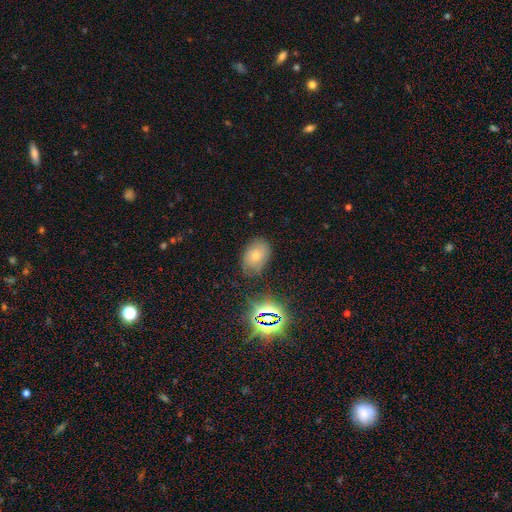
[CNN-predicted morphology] This appears to be a smooth galaxy with no disk features (66%) that is in between round and cigar-shaped (80%). Merging: none (76%).